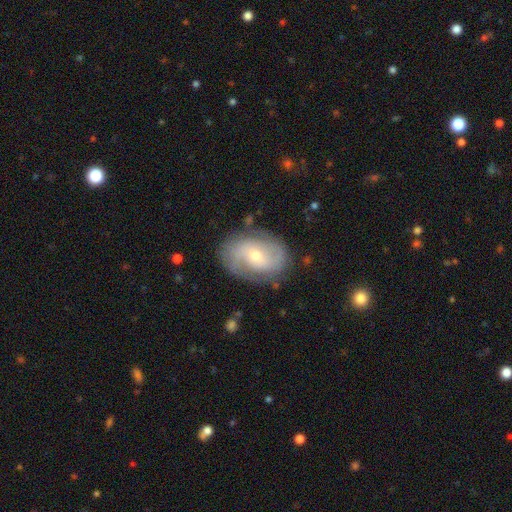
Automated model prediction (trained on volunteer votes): Smooth or featured: featured or disk — 73% (smooth — 20%)
Edge-on disk: no — 96% (yes — 4%)
Bar: no — 51% (weak — 37%)
Spiral arms: yes — 87% (no — 13%)
Spiral winding: medium — 43% (tight — 32%)
Spiral arm count: 2 — 77% (can't tell — 13%)
Bulge size: small — 49% (moderate — 47%)
Merging: none — 78% (minor disturbance — 15%)